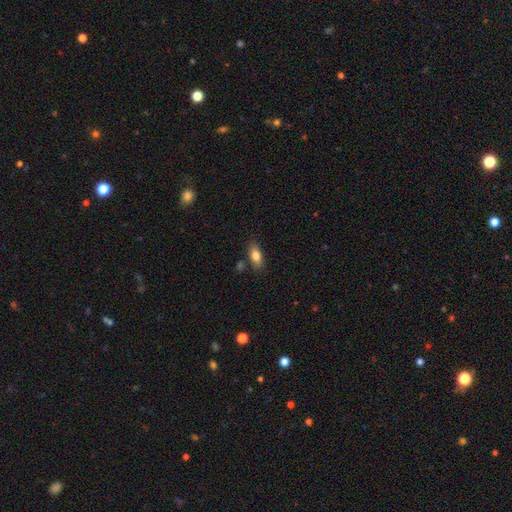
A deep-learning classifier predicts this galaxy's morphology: Smooth or featured: smooth — 81% (featured or disk — 12%)
How rounded: in between — 85% (cigar-shaped — 10%)
Merging: none — 80% (minor disturbance — 13%)